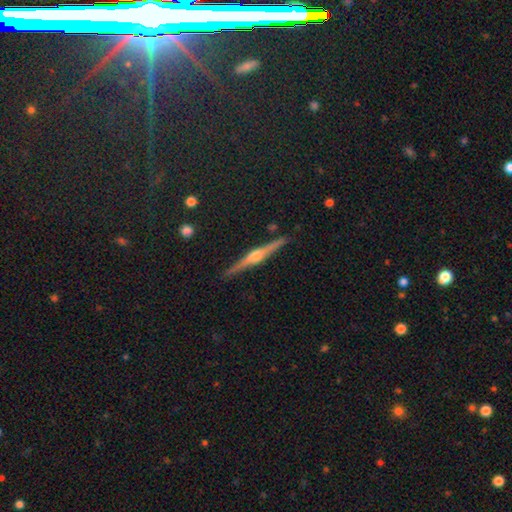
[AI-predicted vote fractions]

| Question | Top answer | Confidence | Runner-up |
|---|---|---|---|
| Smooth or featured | featured or disk | 81% | smooth (10%) |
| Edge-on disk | yes | 98% | no (2%) |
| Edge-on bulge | rounded | 89% | boxy (7%) |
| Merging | none | 92% | minor disturbance (6%) |